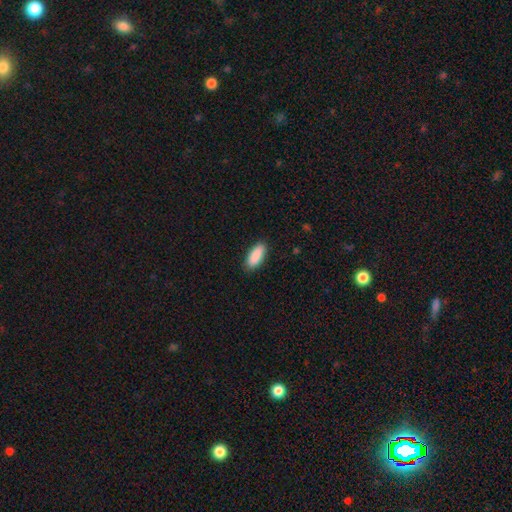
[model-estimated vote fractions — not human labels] This appears to be a smooth galaxy with no disk features (91%) that is in between round and cigar-shaped (77%). Merging: none (89%).